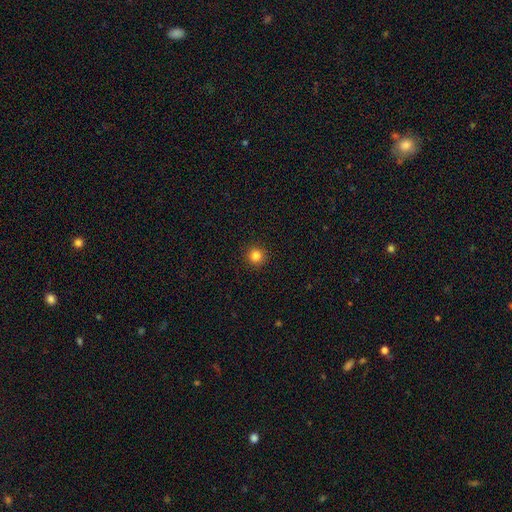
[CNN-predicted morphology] This appears to be a smooth galaxy with no disk features (83%) that is round (95%). Merging: none (93%).